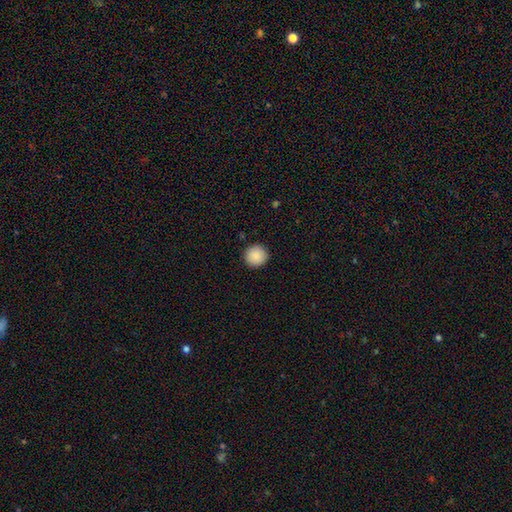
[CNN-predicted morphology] smooth-or-featured: smooth: 88% | star or artifact: 8% | featured or disk: 4%
  how-rounded: round: 94% | in between: 5% | cigar-shaped: 1%
  merging: none: 92% | minor disturbance: 5% | major disturbance: 2% | merger: 1%